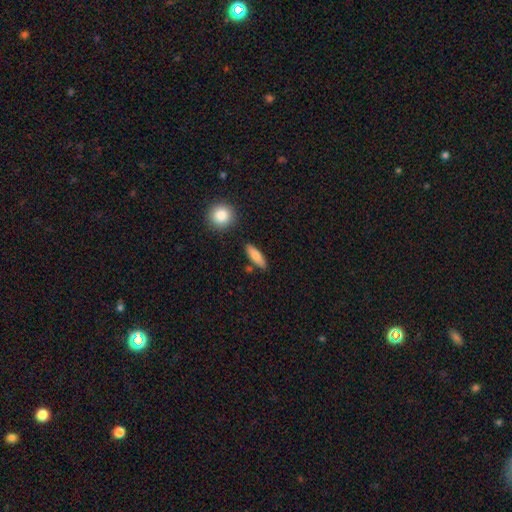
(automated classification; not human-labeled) This appears to be a smooth galaxy with no disk features (81%) that is in between round and cigar-shaped (53%). Merging: none (82%).